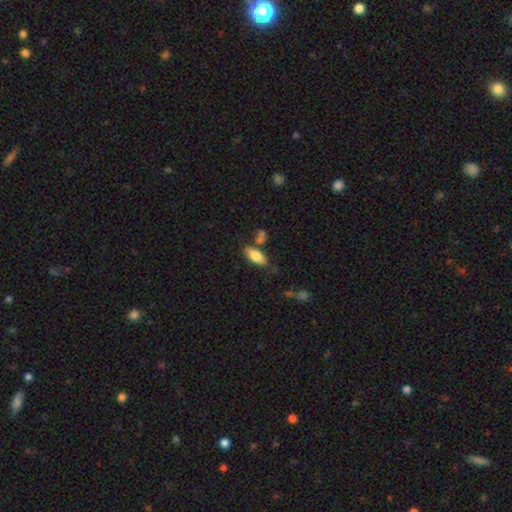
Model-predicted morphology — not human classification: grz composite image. It shows a smooth galaxy with no disk features (77%) that is in between round and cigar-shaped (83%). Merging: none (70%).